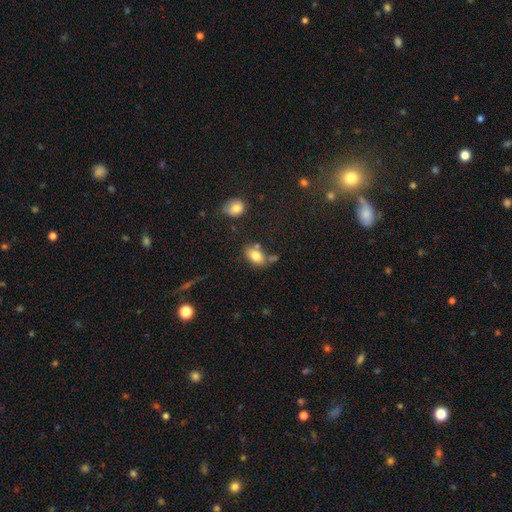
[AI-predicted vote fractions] This is likely a smooth galaxy (79%). How rounded: clearly in between (86%). Merging: possibly none (59%).